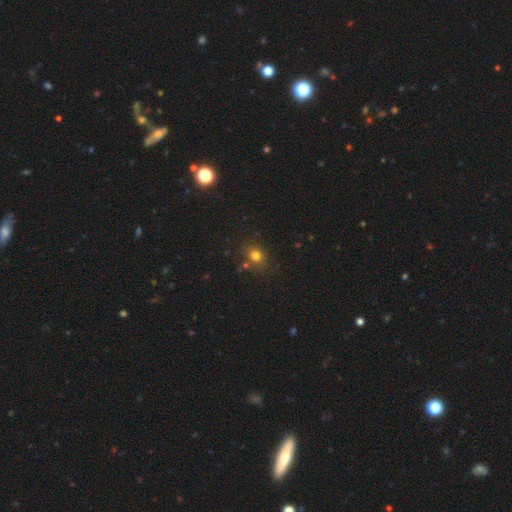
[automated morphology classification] Smooth or featured? smooth (76%)
How rounded? round (71%)
Merging? none (73%)